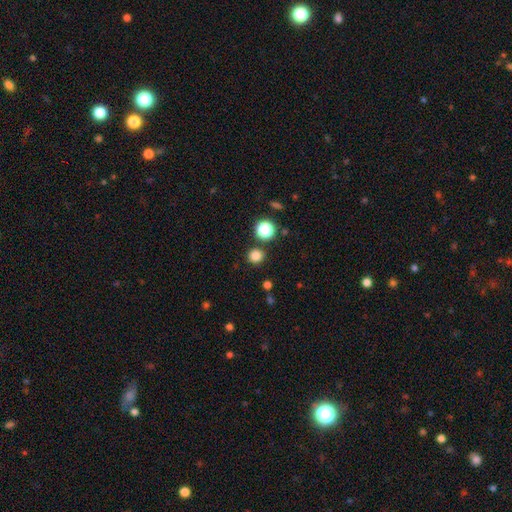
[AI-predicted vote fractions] Smooth or featured: smooth — 81% (star or artifact — 15%)
How rounded: round — 93% (in between — 6%)
Merging: none — 87% (minor disturbance — 6%)